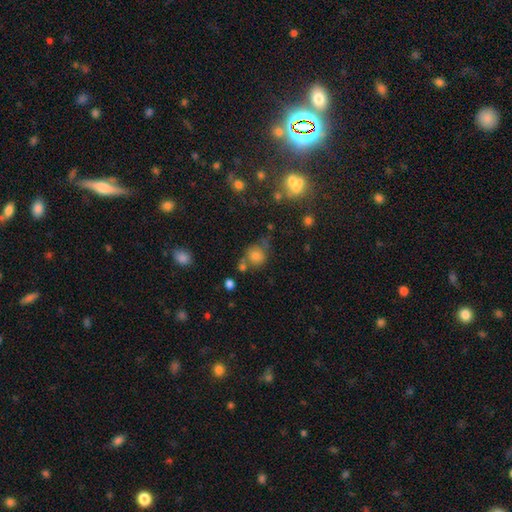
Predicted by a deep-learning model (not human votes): smooth 67%, star or artifact 18%, featured or disk 15%. Down the decision tree: how rounded — round (80%); merging — none (55%).